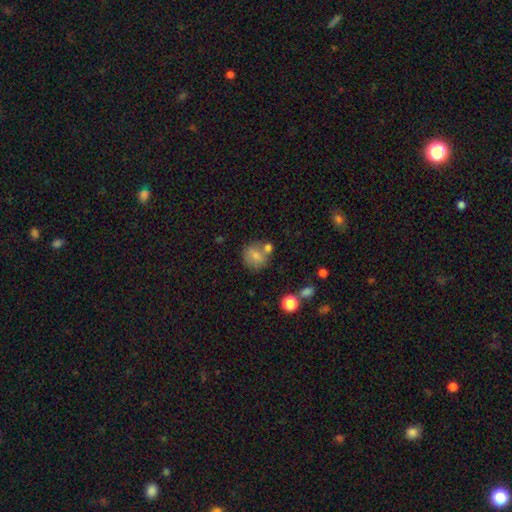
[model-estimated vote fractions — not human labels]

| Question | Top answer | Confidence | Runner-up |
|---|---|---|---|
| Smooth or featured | smooth | 74% | featured or disk (16%) |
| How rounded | round | 79% | in between (20%) |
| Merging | none | 55% | merger (25%) |